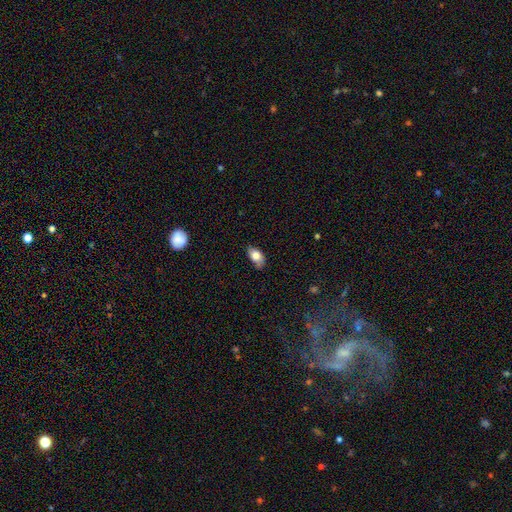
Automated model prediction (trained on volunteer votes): A smooth galaxy with no disk features (77%) that is in between round and cigar-shaped (91%).

Vote fractions:
- Smooth or featured? smooth: 77% / featured or disk: 16% / star or artifact: 7%
- How rounded? in between: 91% / round: 6% / cigar-shaped: 3%
- Merging? none: 68% / minor disturbance: 26% / major disturbance: 5% / merger: 2%